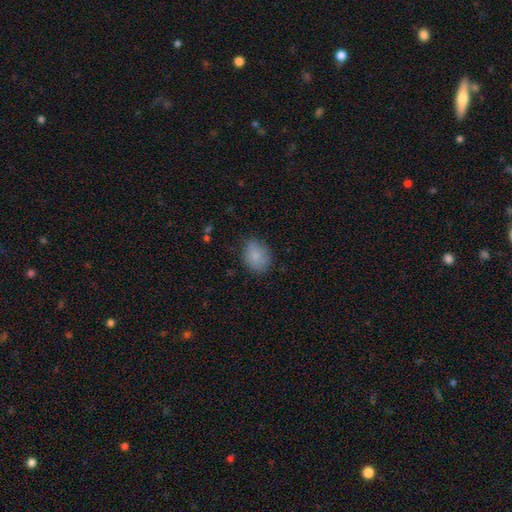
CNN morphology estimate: Overall: smooth (85%). How rounded: in between (64%; round 35%). Merging: none (74%).